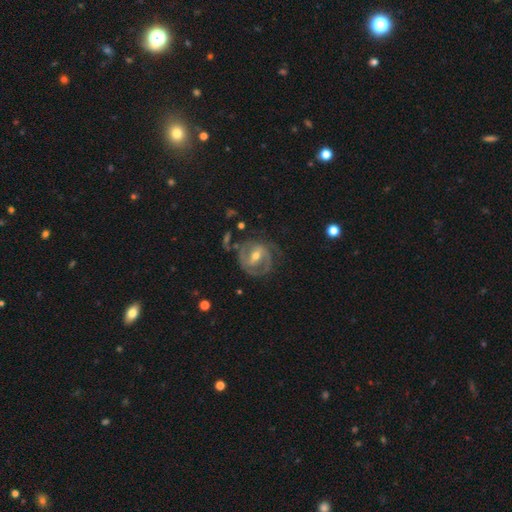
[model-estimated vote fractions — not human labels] Smooth or featured? featured or disk (85%)
Edge-on disk? no (97%)
Bar? weak (45%)
Spiral arms? yes (89%)
Spiral winding? tight (51%)
Spiral arm count? 2 (67%)
Bulge size? moderate (67%)
Merging? none (66%)